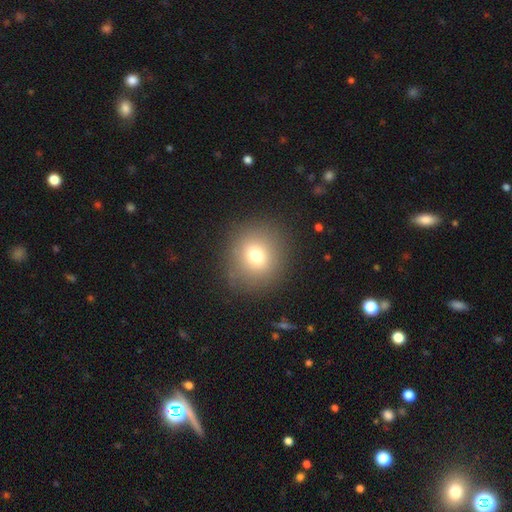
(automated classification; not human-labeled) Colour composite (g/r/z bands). It shows a smooth galaxy with no disk features (74%) that is round (84%). Merging: none (87%).